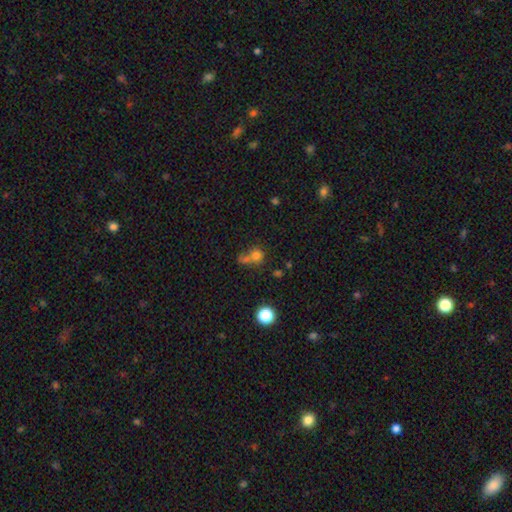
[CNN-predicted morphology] smooth_or_featured: smooth (p=0.71) [alt: star or artifact p=0.17]
how_rounded: round (p=0.81) [alt: in between p=0.17]
merging: merger (p=0.44) [alt: none p=0.39]